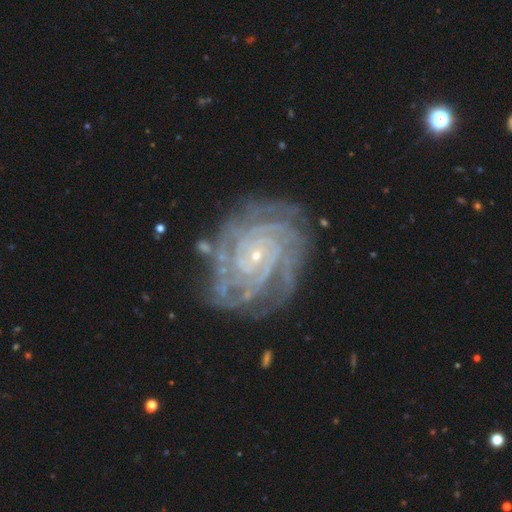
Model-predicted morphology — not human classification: Q: Smooth or featured?
A: featured or disk (91%); runner-up: star or artifact (6%)
Q: Edge-on disk?
A: no (97%); runner-up: yes (3%)
Q: Bar?
A: no (71%); runner-up: weak (20%)
Q: Spiral arms?
A: yes (98%); runner-up: no (2%)
Q: Spiral winding?
A: tight (82%); runner-up: medium (16%)
Q: Spiral arm count?
A: 4 (25%); runner-up: more than 4 (20%)
Q: Bulge size?
A: small (86%); runner-up: moderate (10%)
Q: Merging?
A: none (72%); runner-up: minor disturbance (18%)